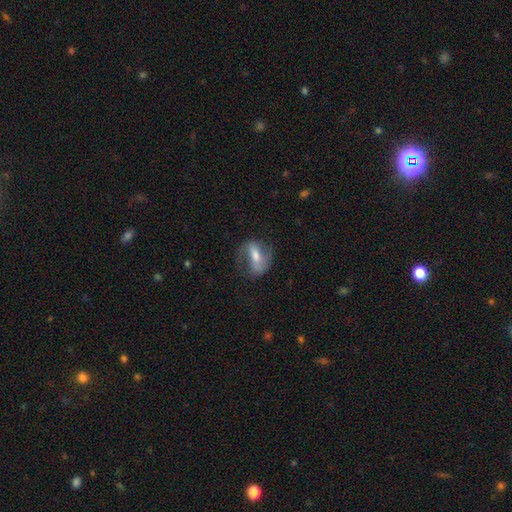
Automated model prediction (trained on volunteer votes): Q: Smooth or featured?
A: featured or disk (65%); runner-up: smooth (28%)
Q: Edge-on disk?
A: no (94%); runner-up: yes (6%)
Q: Bar?
A: strong (44%); runner-up: weak (36%)
Q: Spiral arms?
A: yes (85%); runner-up: no (15%)
Q: Spiral winding?
A: medium (45%); runner-up: loose (38%)
Q: Spiral arm count?
A: 2 (83%); runner-up: 1 (8%)
Q: Bulge size?
A: moderate (57%); runner-up: small (26%)
Q: Merging?
A: none (63%); runner-up: minor disturbance (20%)